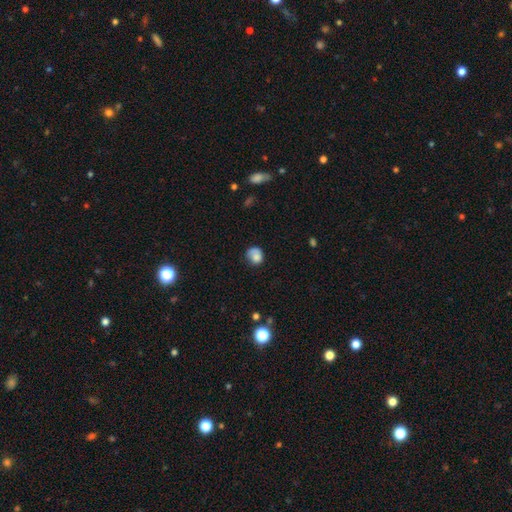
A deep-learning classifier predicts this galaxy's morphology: smooth 75%, featured or disk 16%, star or artifact 9%. Down the decision tree: how rounded — round (69%); merging — none (50%).